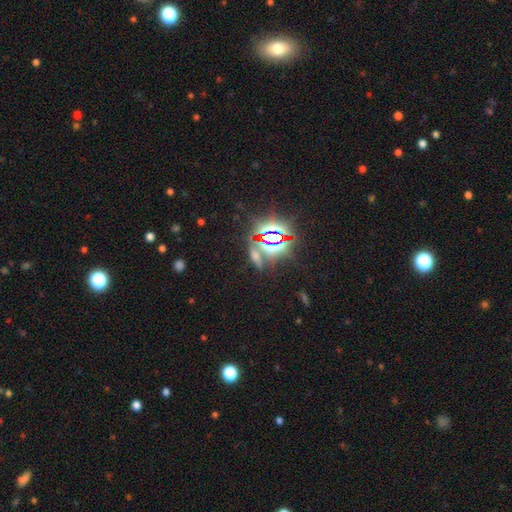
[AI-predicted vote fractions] Smooth or featured: star or artifact — 62% (smooth — 25%)